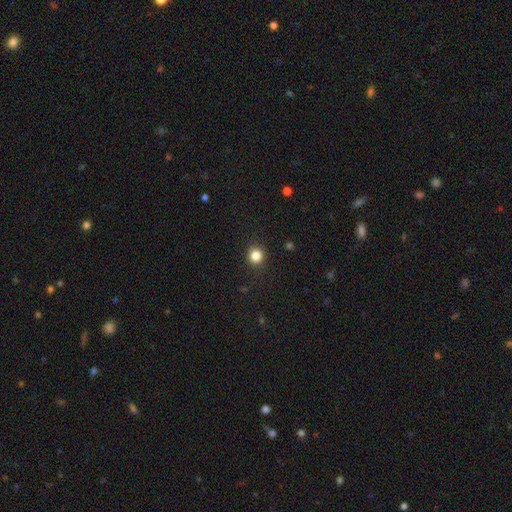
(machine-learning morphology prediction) Smooth or featured? Predicted: smooth (p=0.84). How rounded? Predicted: round (p=0.89). Merging? Predicted: none (p=0.91).